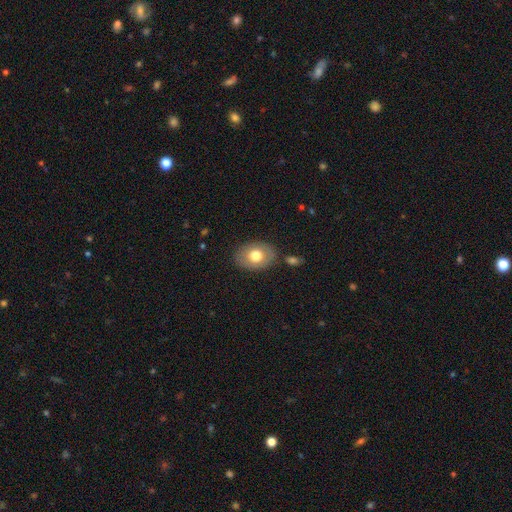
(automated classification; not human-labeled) Smooth or featured: smooth — 70% (featured or disk — 23%)
How rounded: in between — 71% (round — 28%)
Merging: none — 81% (minor disturbance — 12%)